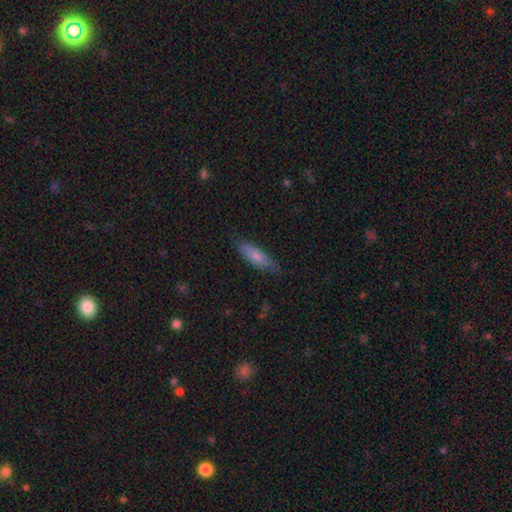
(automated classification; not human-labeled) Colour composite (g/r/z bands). It shows a smooth galaxy with no disk features (72%) that is cigar-shaped (52%). Merging: none (76%).